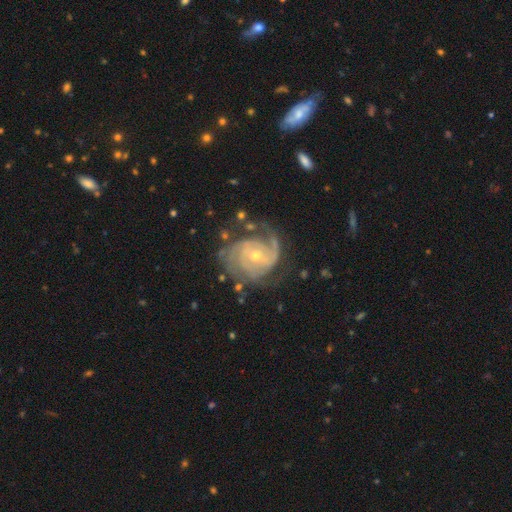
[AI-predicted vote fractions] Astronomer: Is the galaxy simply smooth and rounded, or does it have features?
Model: featured or disk — 90%.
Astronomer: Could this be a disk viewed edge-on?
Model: no — 98%.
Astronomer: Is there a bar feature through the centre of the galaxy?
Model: no — 60%.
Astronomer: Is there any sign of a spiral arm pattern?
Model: yes — 97%.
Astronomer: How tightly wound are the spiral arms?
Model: tight — 59%.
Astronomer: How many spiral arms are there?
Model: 2 — 37% (runner-up: 3, 26%).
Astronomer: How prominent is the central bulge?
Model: small — 61% (runner-up: moderate, 36%).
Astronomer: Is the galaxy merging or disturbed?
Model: none — 64%.